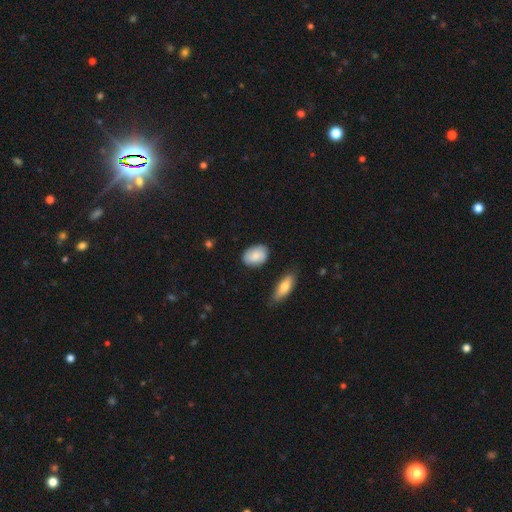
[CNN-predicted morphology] A smooth galaxy with no disk features (80%) that is in between round and cigar-shaped (84%).

Vote fractions:
- Smooth or featured? smooth: 80% / featured or disk: 14% / star or artifact: 6%
- How rounded? in between: 84% / round: 15% / cigar-shaped: 2%
- Merging? none: 79% / minor disturbance: 15% / major disturbance: 3% / merger: 3%